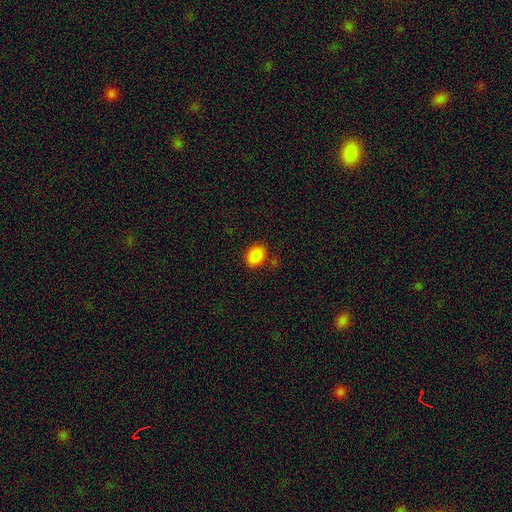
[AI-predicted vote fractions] A smooth galaxy with no disk features (88%) that is in between round and cigar-shaped (77%). Merging: none (80%).